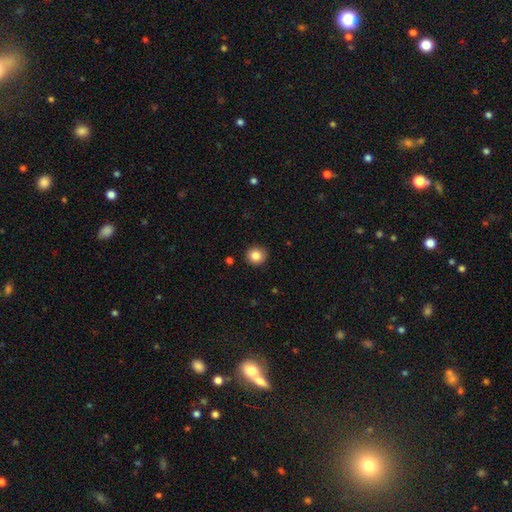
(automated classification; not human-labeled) The model was most divided on "smooth or featured": smooth: 84%, star or artifact: 10%, featured or disk: 6%. More confident: merging — none (91%); how rounded — round (87%).